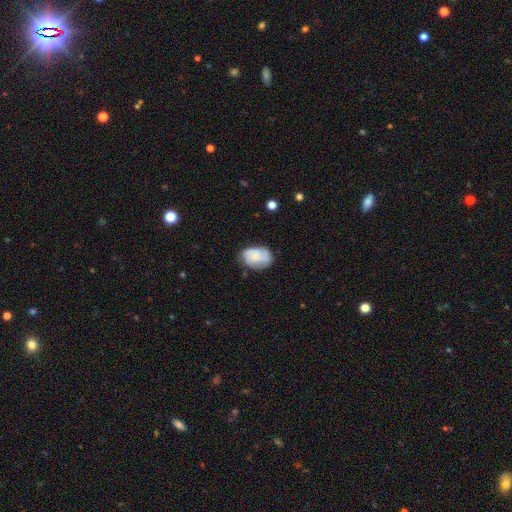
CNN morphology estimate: smooth-or-featured: smooth: 55% | featured or disk: 37% | star or artifact: 8%
  how-rounded: in between: 77% | round: 22% | cigar-shaped: 1%
  merging: none: 63% | minor disturbance: 27% | major disturbance: 8% | merger: 2%